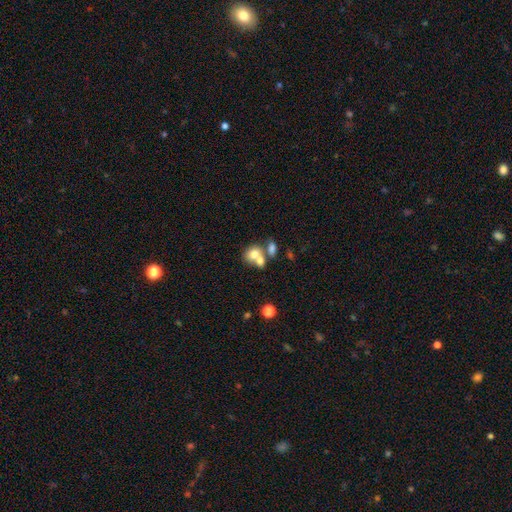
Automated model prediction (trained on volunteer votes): smooth_or_featured: smooth (p=0.71) [alt: featured or disk p=0.19]
how_rounded: round (p=0.54) [alt: in between p=0.45]
merging: merger (p=0.57) [alt: none p=0.30]